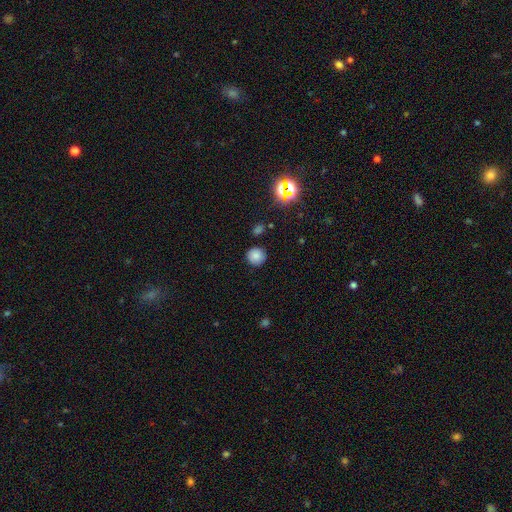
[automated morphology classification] A smooth galaxy with no disk features (80%) that is round (94%).

Vote fractions:
- Smooth or featured? smooth: 80% / star or artifact: 14% / featured or disk: 6%
- How rounded? round: 94% / in between: 5% / cigar-shaped: 1%
- Merging? none: 88% / minor disturbance: 8% / major disturbance: 2% / merger: 2%